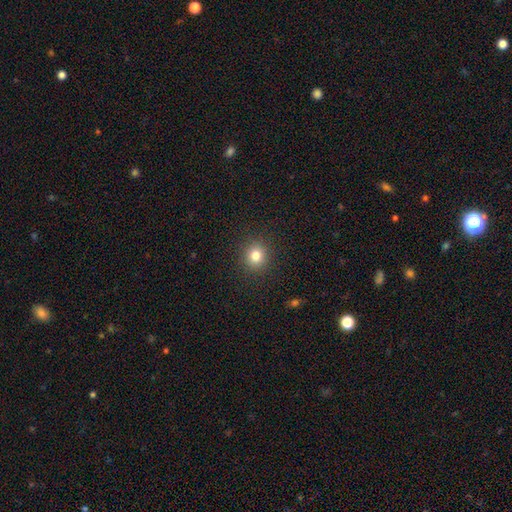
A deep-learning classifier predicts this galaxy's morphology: This is clearly a smooth galaxy (81%). How rounded: clearly round (88%). Merging: clearly none (91%).